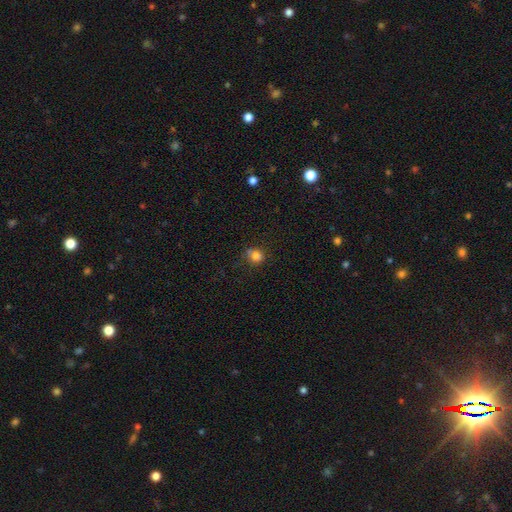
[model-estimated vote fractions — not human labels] Q: Smooth or featured?
A: smooth (81%); runner-up: star or artifact (12%)
Q: How rounded?
A: round (77%); runner-up: in between (23%)
Q: Merging?
A: none (67%); runner-up: minor disturbance (21%)